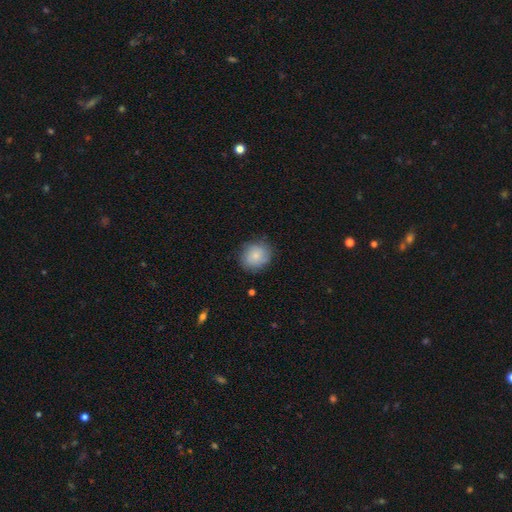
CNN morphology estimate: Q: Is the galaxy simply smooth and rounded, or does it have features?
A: smooth — 74%.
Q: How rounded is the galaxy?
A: round — 76%.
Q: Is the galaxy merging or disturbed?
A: none — 79%.